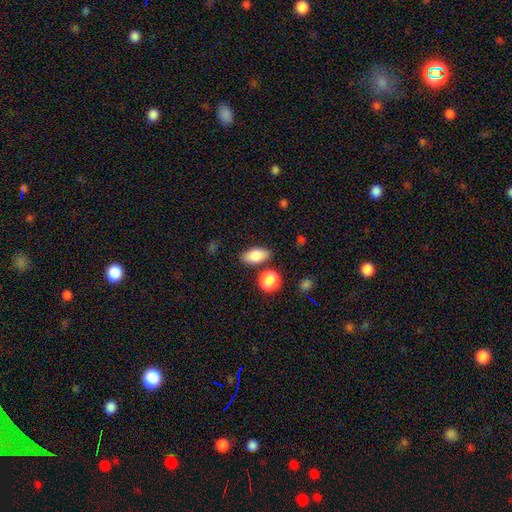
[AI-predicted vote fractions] Smooth or featured? smooth (83%)
How rounded? in between (88%)
Merging? none (80%)